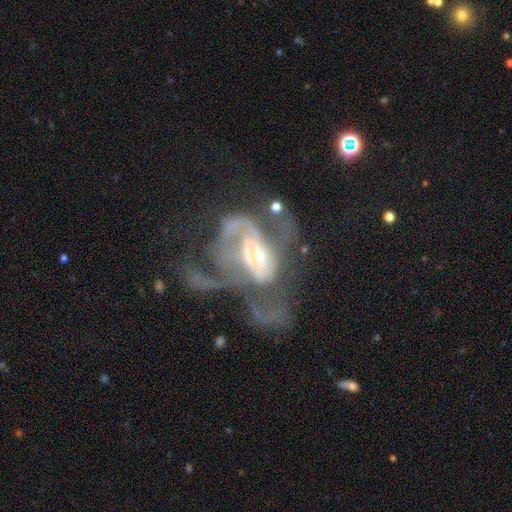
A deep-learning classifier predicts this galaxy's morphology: A featured or disk galaxy (75%) with no bar (63%), spiral arms (63%) and a small central bulge (49%).

Vote fractions:
- Smooth or featured? featured or disk: 75% / smooth: 15% / star or artifact: 10%
- Edge-on disk? no: 96% / yes: 4%
- Bar? no: 63% / weak: 27% / strong: 11%
- Spiral arms? yes: 63% / no: 37%
- Bulge size? small: 49% / moderate: 38% / large: 6% / none: 5% / dominant: 2%
- Merging? major disturbance: 53% / merger: 27% / none: 12% / minor disturbance: 8%